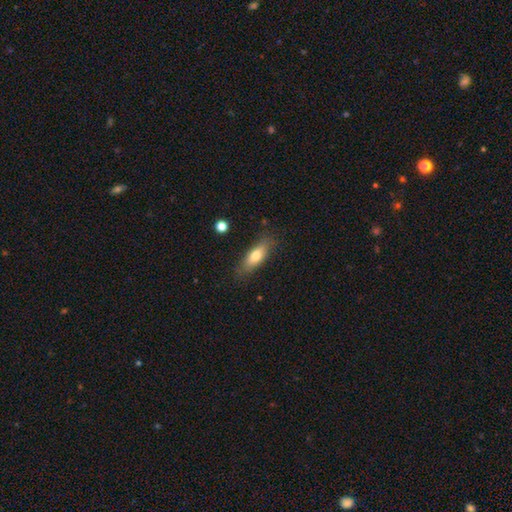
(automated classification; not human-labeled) Smooth or featured? smooth (70%)
How rounded? in between (58%)
Merging? none (81%)